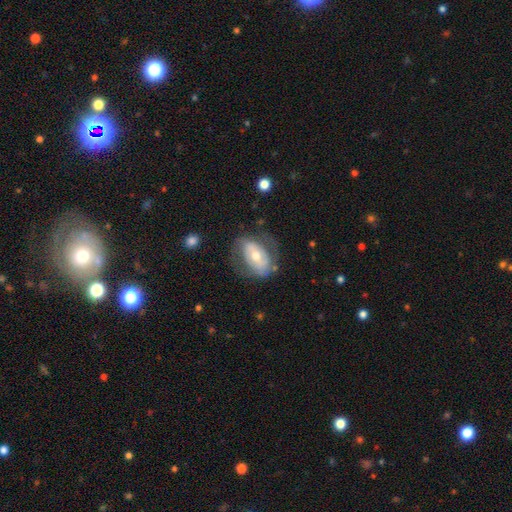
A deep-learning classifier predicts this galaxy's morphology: Smooth or featured?
  - featured or disk: 57% *
  - smooth: 37%
  - star or artifact: 6%
Edge-on disk?
  - no: 93% *
  - yes: 7%
Bar?
  - no: 53% *
  - weak: 27%
  - strong: 20%
Spiral arms?
  - no: 53% *
  - yes: 47%
Bulge size?
  - moderate: 66% *
  - small: 27%
  - large: 5%
  - dominant: 1%
  - none: 1%
Merging?
  - none: 58% *
  - minor disturbance: 24%
  - major disturbance: 16%
  - merger: 2%